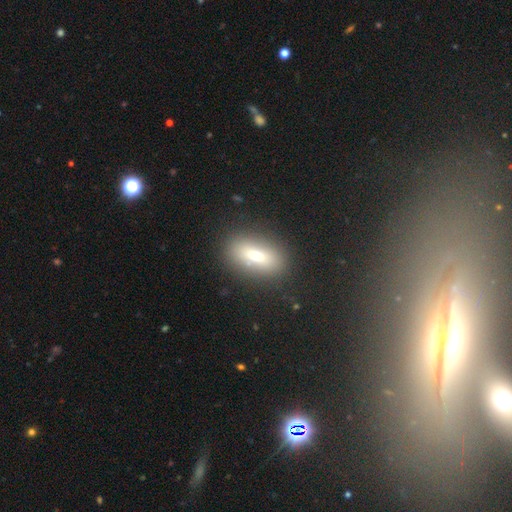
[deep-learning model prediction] smooth-or-featured: smooth: 60% | featured or disk: 24% | star or artifact: 17%
  how-rounded: in between: 78% | cigar-shaped: 14% | round: 8%
  merging: none: 85% | minor disturbance: 9% | major disturbance: 3% | merger: 3%